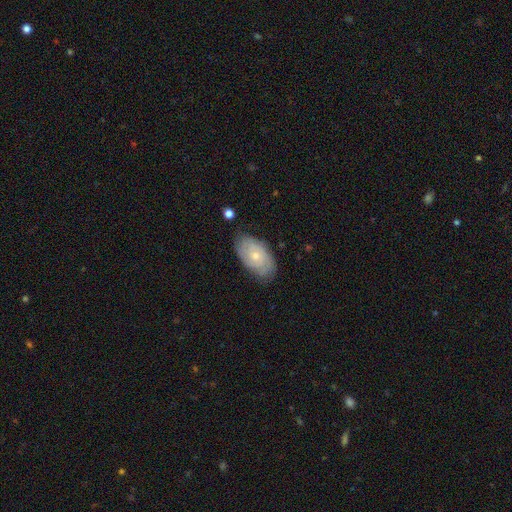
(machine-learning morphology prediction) Overall: featured or disk (63%; smooth 30%). Edge-on disk: no (94%). Bar: no (80%). Spiral arms: yes (83%). Bulge size: small (62%; moderate 35%). Merging: none (75%).